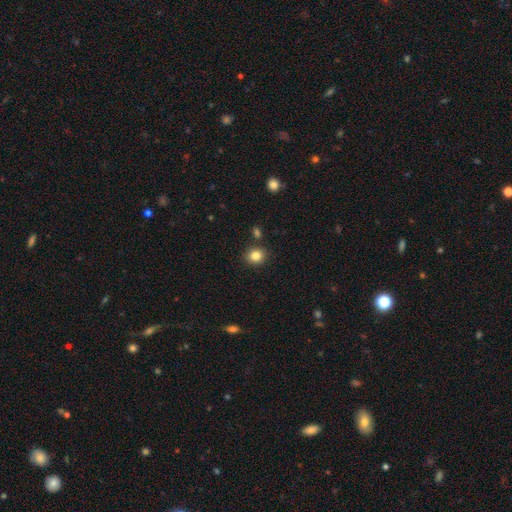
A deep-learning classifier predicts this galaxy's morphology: smooth-or-featured: smooth: 83% | star or artifact: 11% | featured or disk: 6%
  how-rounded: round: 73% | in between: 26% | cigar-shaped: 1%
  merging: none: 85% | minor disturbance: 8% | merger: 4% | major disturbance: 2%